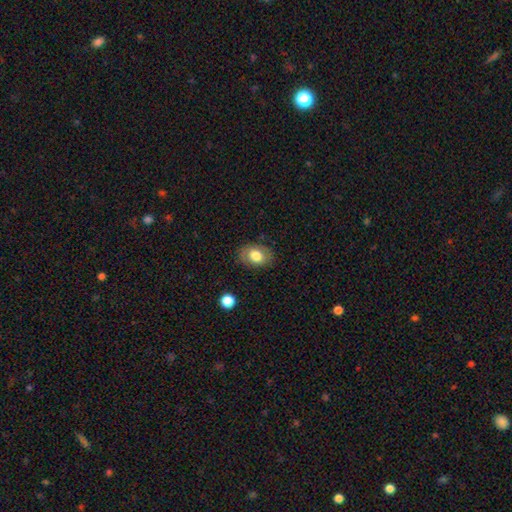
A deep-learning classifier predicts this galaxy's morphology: A smooth galaxy with no disk features (75%) that is in between round and cigar-shaped (78%). Merging: none (80%).